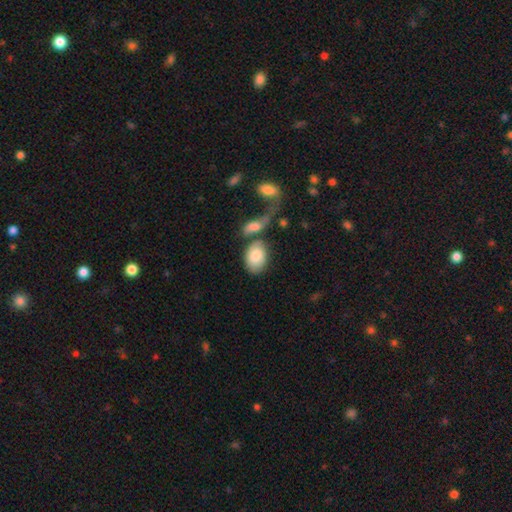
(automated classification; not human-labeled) smooth_or_featured: smooth (p=0.80) [alt: featured or disk p=0.14]
how_rounded: in between (p=0.86) [alt: round p=0.12]
merging: none (p=0.44) [alt: merger p=0.30]